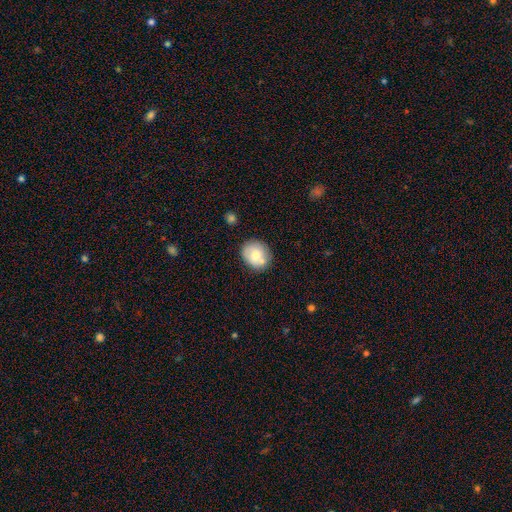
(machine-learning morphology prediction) A smooth galaxy with no disk features (69%) that is round (65%).

Vote fractions:
- Smooth or featured? smooth: 69% / featured or disk: 23% / star or artifact: 7%
- How rounded? round: 65% / in between: 34% / cigar-shaped: 1%
- Merging? none: 67% / minor disturbance: 17% / merger: 13% / major disturbance: 4%